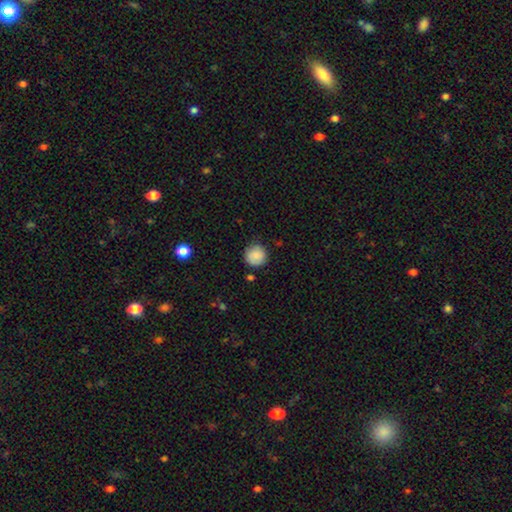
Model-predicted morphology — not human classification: Smooth or featured? smooth (84%)
How rounded? round (94%)
Merging? none (81%)